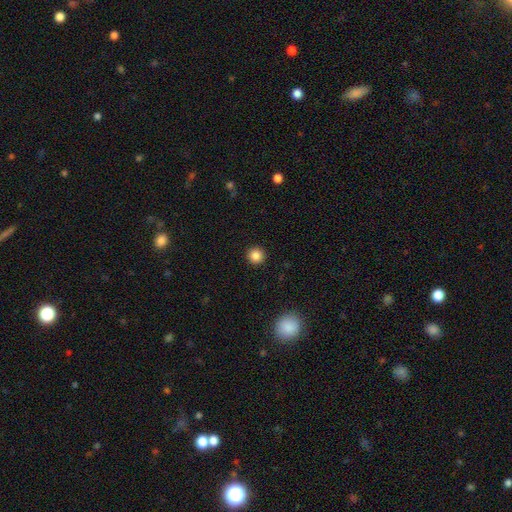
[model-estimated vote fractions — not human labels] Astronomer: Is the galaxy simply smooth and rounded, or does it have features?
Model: smooth — 85%.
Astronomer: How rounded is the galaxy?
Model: round — 95%.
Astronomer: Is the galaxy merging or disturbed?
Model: none — 93%.